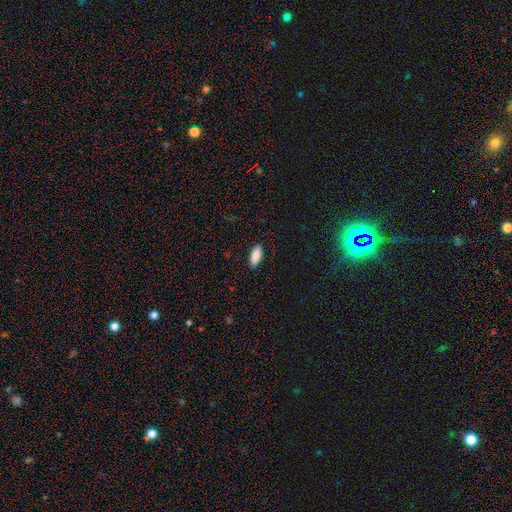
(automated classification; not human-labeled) Q: Smooth or featured?
A: smooth (87%); runner-up: star or artifact (7%)
Q: How rounded?
A: in between (80%); runner-up: cigar-shaped (18%)
Q: Merging?
A: none (89%); runner-up: minor disturbance (8%)